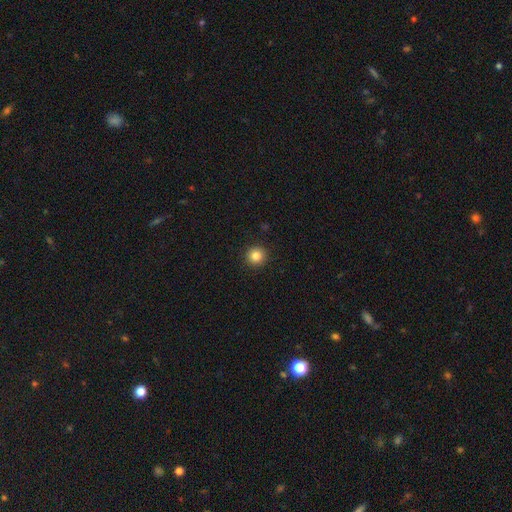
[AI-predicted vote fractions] Smooth or featured: smooth — 84% (star or artifact — 11%)
How rounded: round — 95% (in between — 4%)
Merging: none — 93% (minor disturbance — 5%)